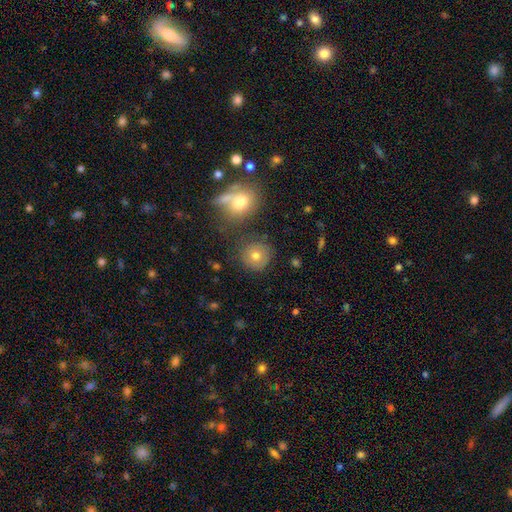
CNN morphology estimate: The model was most divided on "smooth or featured": smooth: 71%, featured or disk: 16%, star or artifact: 13%. More confident: how rounded — round (90%); merging — none (78%).